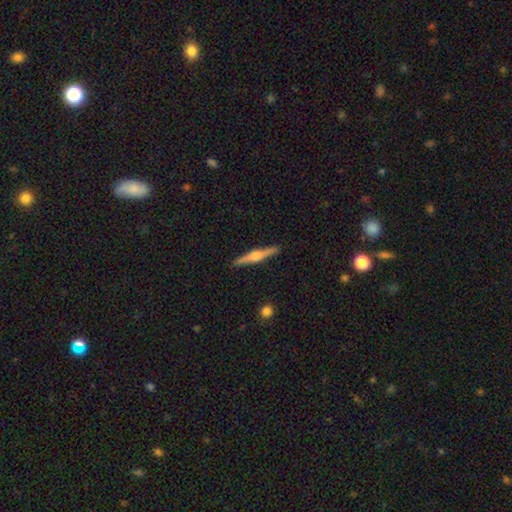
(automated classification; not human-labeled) featured or disk 76%, smooth 19%, star or artifact 5%. Down the decision tree: edge-on disk — yes (98%); edge-on bulge — rounded (90%); merging — none (91%).